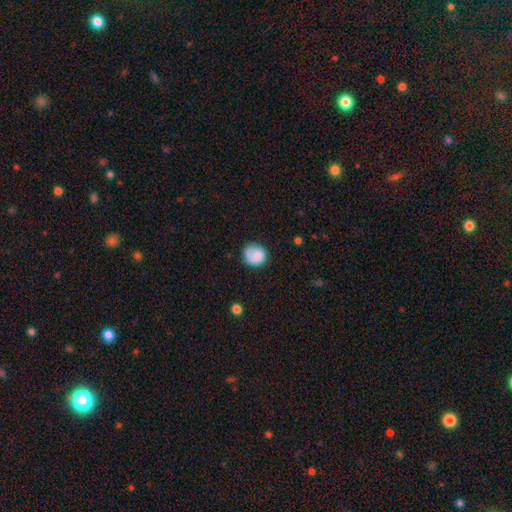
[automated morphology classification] Smooth or featured?
  - smooth: 79% *
  - featured or disk: 14%
  - star or artifact: 7%
How rounded?
  - round: 76% *
  - in between: 23%
  - cigar-shaped: 1%
Merging?
  - none: 64% *
  - minor disturbance: 24%
  - major disturbance: 10%
  - merger: 3%